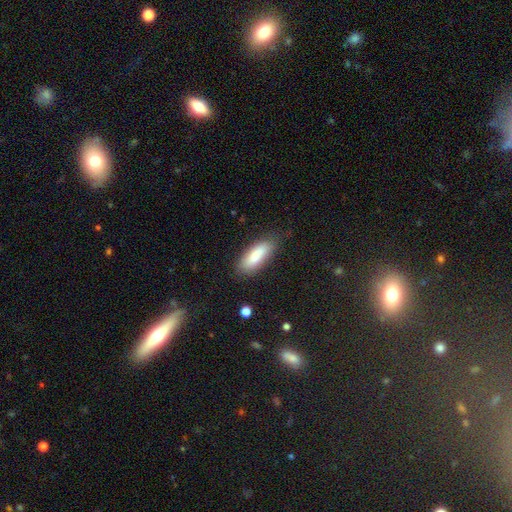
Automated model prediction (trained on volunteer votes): Smooth or featured? smooth (83%)
How rounded? in between (72%)
Merging? none (78%)